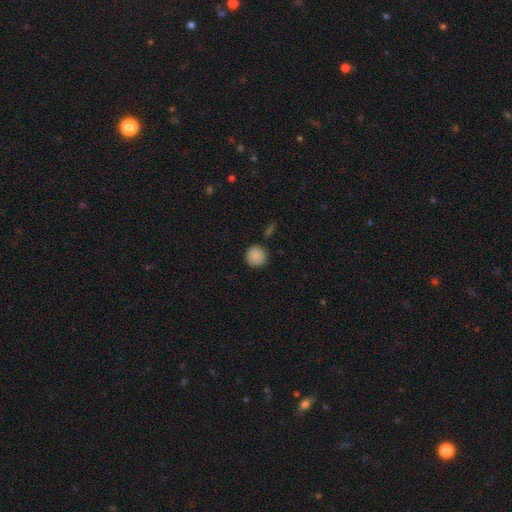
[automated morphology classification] A smooth galaxy with no disk features (89%) that is round (94%).

Vote fractions:
- Smooth or featured? smooth: 89% / star or artifact: 8% / featured or disk: 3%
- How rounded? round: 94% / in between: 5% / cigar-shaped: 1%
- Merging? none: 89% / minor disturbance: 7% / merger: 2% / major disturbance: 2%